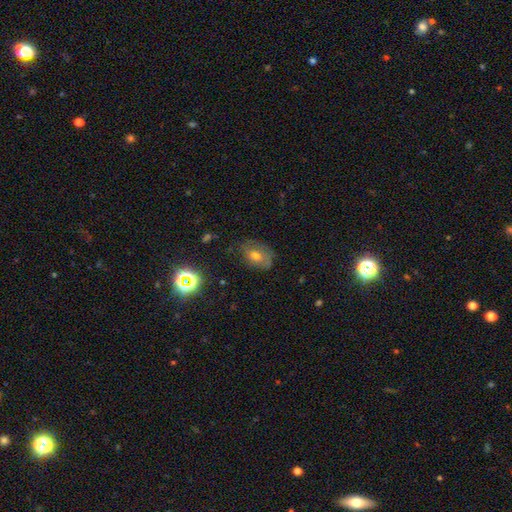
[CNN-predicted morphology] This appears to be a smooth galaxy with no disk features (53%) that is in between round and cigar-shaped (72%). Merging: none (59%).